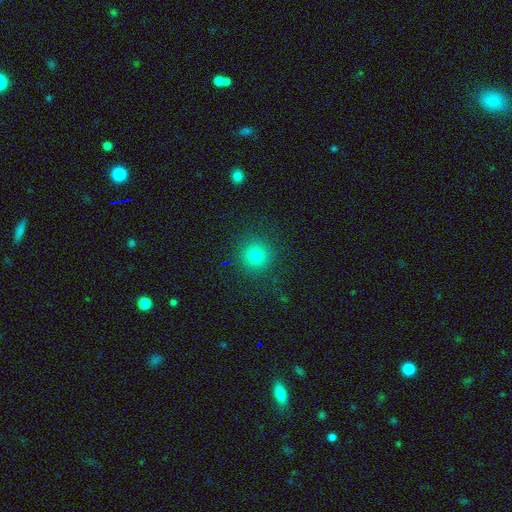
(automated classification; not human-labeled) A smooth galaxy with no disk features (79%) that is round (93%). Merging: none (89%).